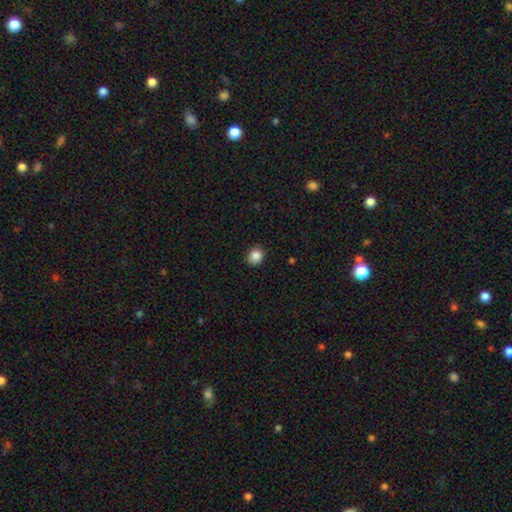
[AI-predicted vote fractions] smooth-or-featured: smooth: 87% | star or artifact: 10% | featured or disk: 4%
  how-rounded: round: 78% | in between: 21% | cigar-shaped: 1%
  merging: none: 88% | minor disturbance: 9% | major disturbance: 2% | merger: 1%